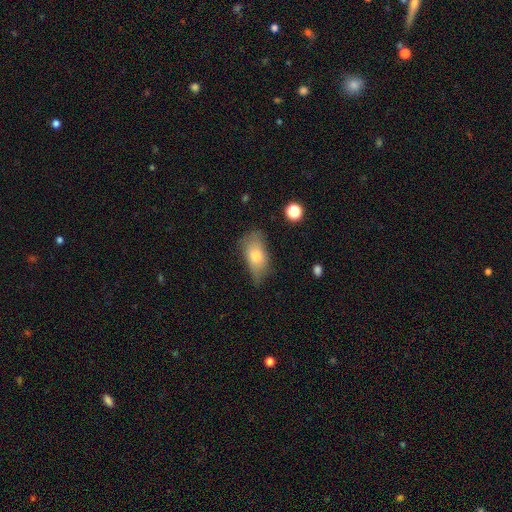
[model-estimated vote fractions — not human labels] This appears to be a smooth galaxy with no disk features (73%) that is in between round and cigar-shaped (87%). Merging: none (52%).